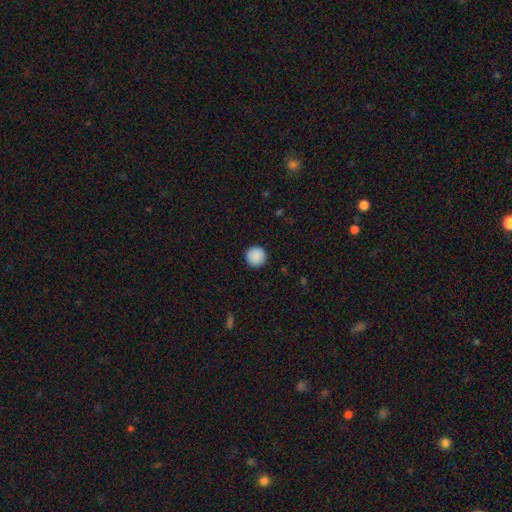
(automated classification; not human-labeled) Smooth or featured?
  - smooth: 90% *
  - star or artifact: 8%
  - featured or disk: 3%
How rounded?
  - round: 96% *
  - in between: 3%
  - cigar-shaped: 1%
Merging?
  - none: 92% *
  - minor disturbance: 5%
  - major disturbance: 2%
  - merger: 1%